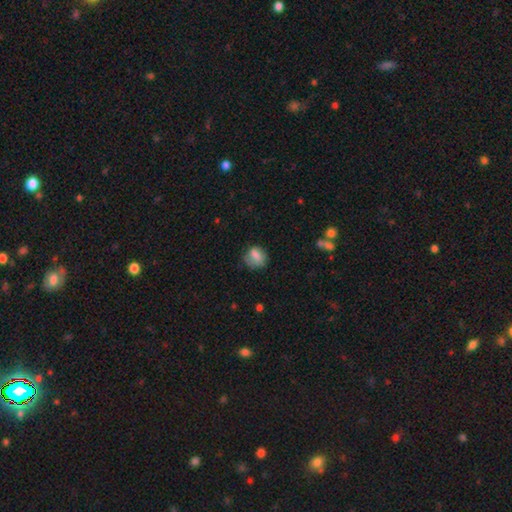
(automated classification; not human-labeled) Smooth or featured? Predicted: smooth (p=0.77). How rounded? Predicted: round (p=0.59). Merging? Predicted: none (p=0.59).